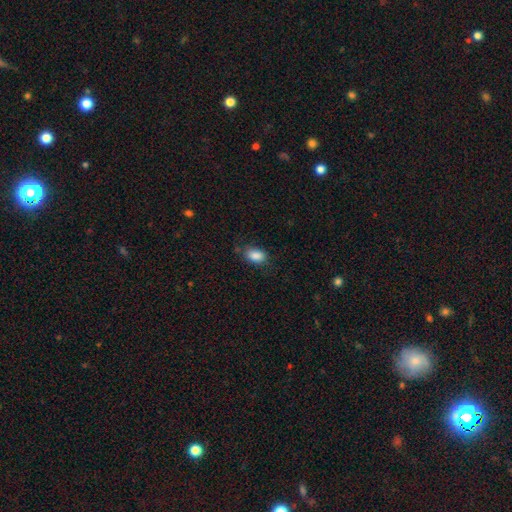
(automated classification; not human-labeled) Morphology: type=smooth (87%); roundness=in between (88%); merging=none (76%).